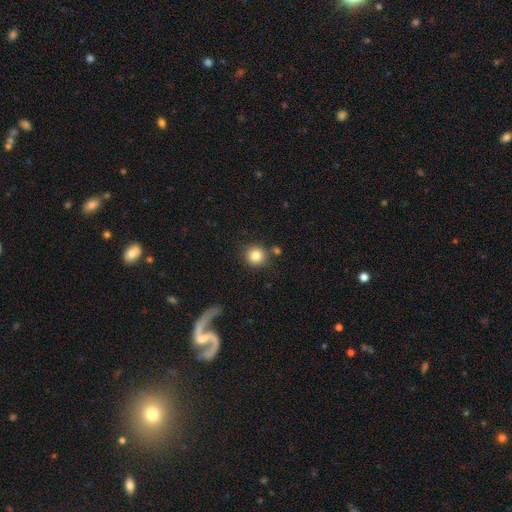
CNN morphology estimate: This appears to be a smooth galaxy with no disk features (84%) that is round (93%). Merging: none (83%).